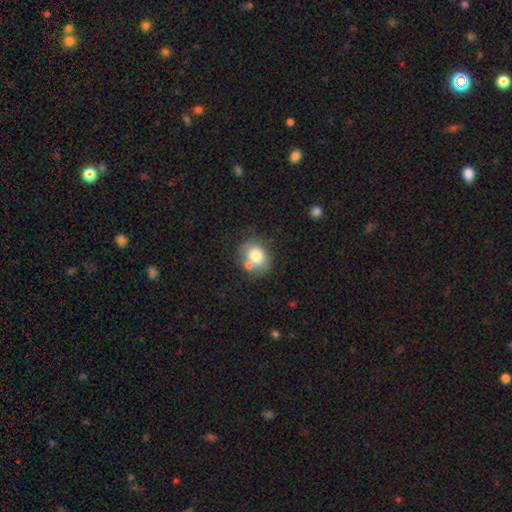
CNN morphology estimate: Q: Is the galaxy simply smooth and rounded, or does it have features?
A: smooth — 75%.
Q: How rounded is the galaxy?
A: round — 55%.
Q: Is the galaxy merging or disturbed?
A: none — 54%.